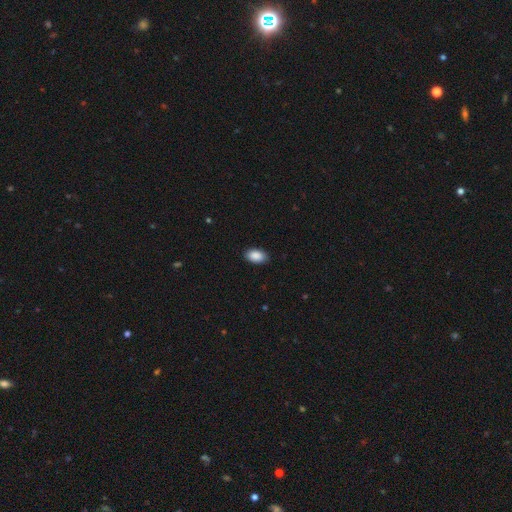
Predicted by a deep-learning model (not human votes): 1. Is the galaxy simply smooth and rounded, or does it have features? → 90% smooth, 7% star or artifact, 3% featured or disk.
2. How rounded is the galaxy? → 94% in between, 5% round, 2% cigar-shaped.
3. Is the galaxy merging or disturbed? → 88% none, 9% minor disturbance, 2% major disturbance, 1% merger.